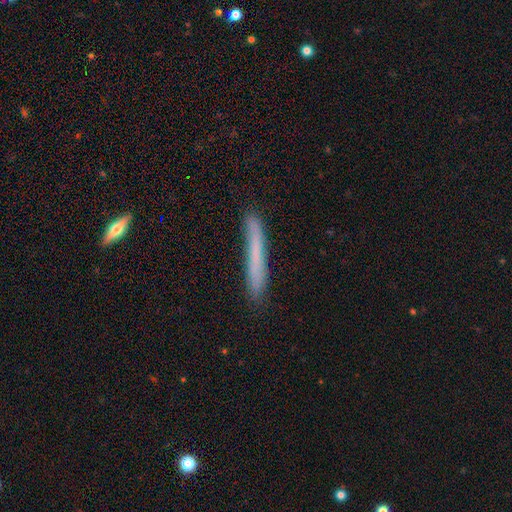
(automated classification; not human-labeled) This is likely a smooth galaxy (63%). How rounded: clearly cigar-shaped (96%). Merging: clearly none (82%).